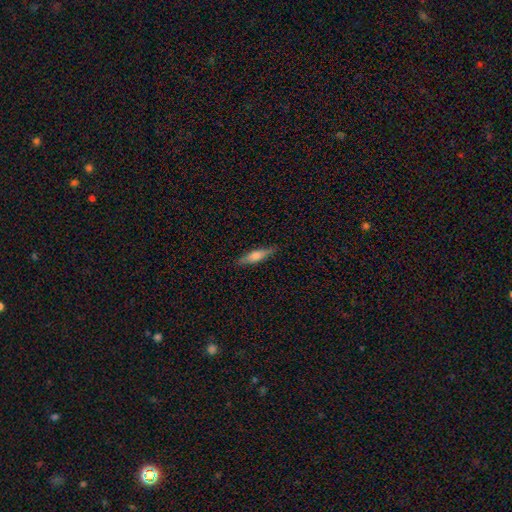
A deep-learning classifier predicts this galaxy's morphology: type=smooth (52%); roundness=cigar-shaped (76%); merging=none (88%).